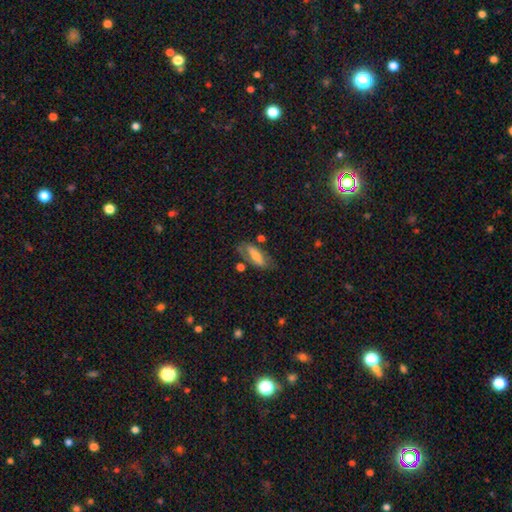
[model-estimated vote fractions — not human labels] Smooth or featured? smooth (53%)
How rounded? in between (65%)
Merging? none (64%)